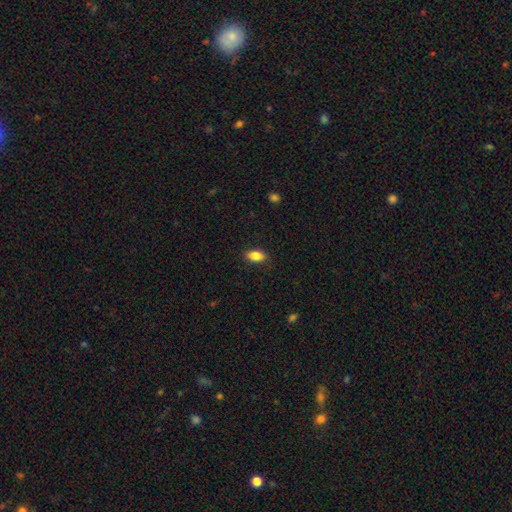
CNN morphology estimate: Smooth or featured? Predicted: smooth (p=0.86). How rounded? Predicted: in between (p=0.89). Merging? Predicted: none (p=0.87).